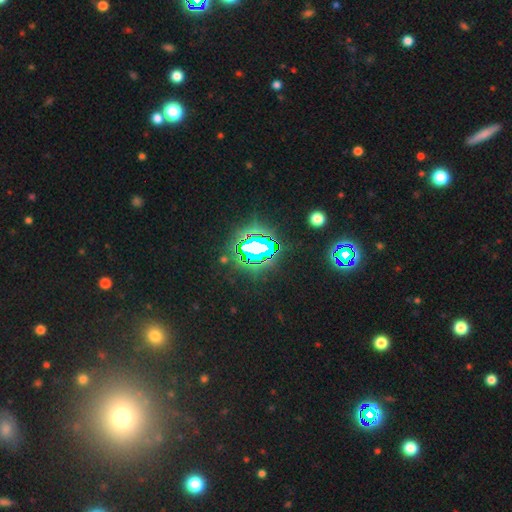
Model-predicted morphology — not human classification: This appears to be a star or artifact, not a galaxy (79%).